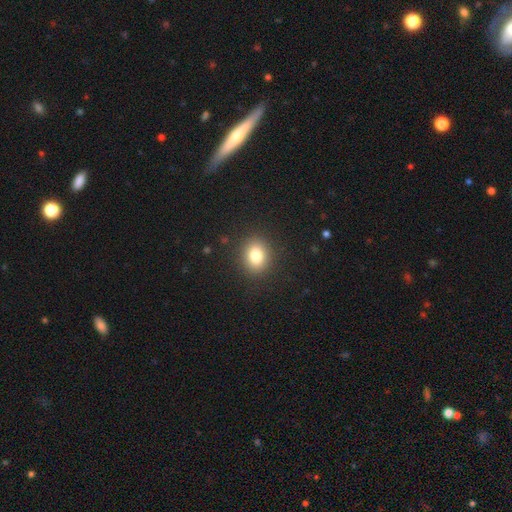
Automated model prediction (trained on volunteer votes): This is clearly a smooth galaxy (81%). How rounded: possibly round (59%). Merging: clearly none (89%).